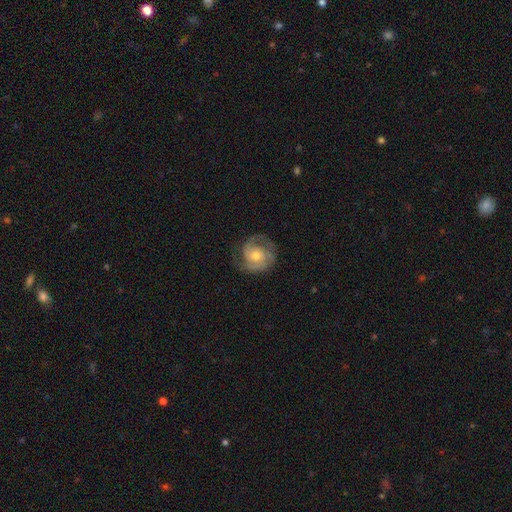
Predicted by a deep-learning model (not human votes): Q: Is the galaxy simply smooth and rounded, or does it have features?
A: featured or disk — 82%.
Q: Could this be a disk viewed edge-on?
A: no — 98%.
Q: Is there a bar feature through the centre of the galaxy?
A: no — 69%.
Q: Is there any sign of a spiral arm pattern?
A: yes — 96%.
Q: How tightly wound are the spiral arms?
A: tight — 51%.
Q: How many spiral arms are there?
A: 2 — 63%.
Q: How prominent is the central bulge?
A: moderate — 57%.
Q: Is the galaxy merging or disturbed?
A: none — 75%.